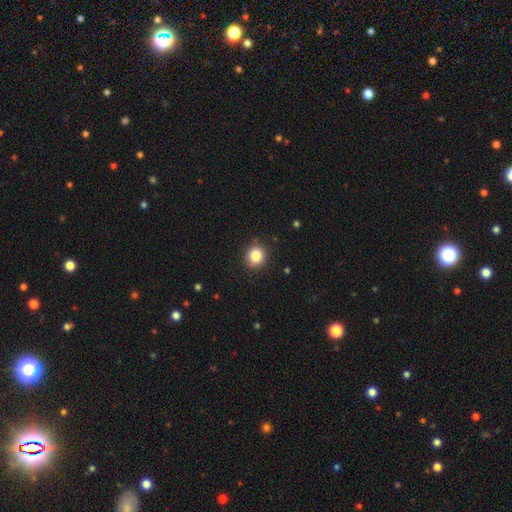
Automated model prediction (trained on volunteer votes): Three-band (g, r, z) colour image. It shows a smooth galaxy with no disk features (84%) that is round (82%). Merging: none (88%).